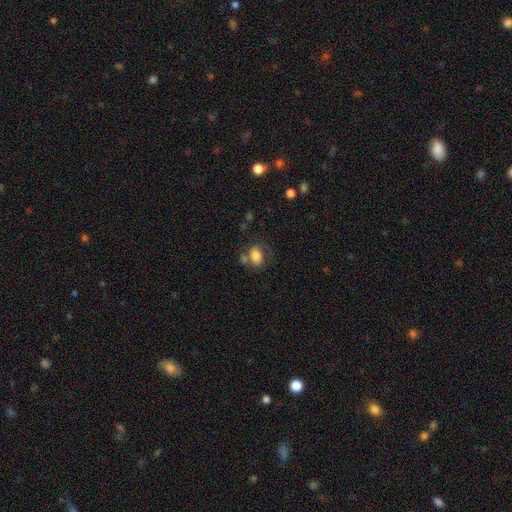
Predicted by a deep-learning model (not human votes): A smooth galaxy with no disk features (70%) that is in between round and cigar-shaped (79%). Merging: none (45%).